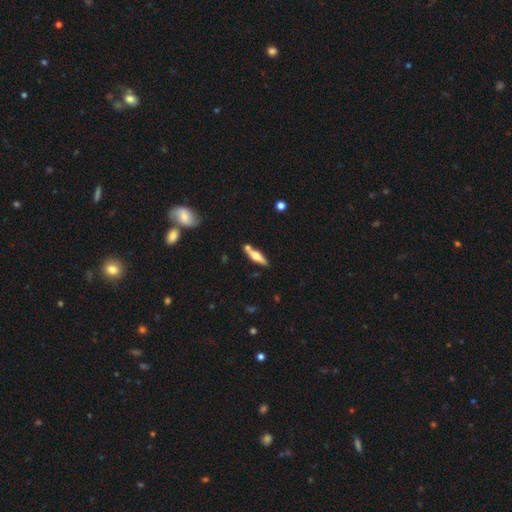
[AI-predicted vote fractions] This is possibly a featured or disk galaxy (52%). It is clearly viewed edge-on (93%). Merging: likely none (75%).